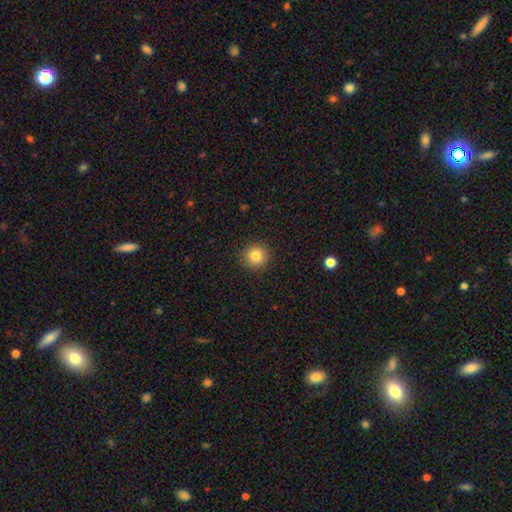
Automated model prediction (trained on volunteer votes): This is clearly a smooth galaxy (82%). How rounded: clearly round (93%). Merging: clearly none (91%).